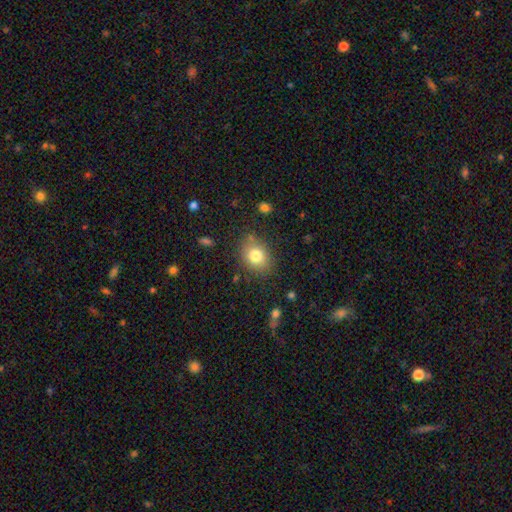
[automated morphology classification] A smooth galaxy with no disk features (80%) that is in between round and cigar-shaped (53%). Merging: none (81%).